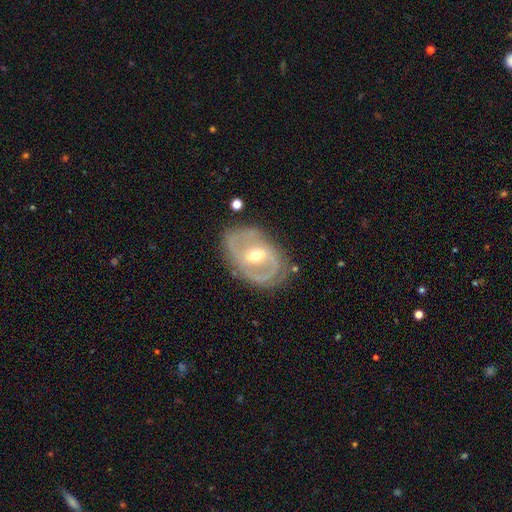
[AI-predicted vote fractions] Morphology: type=featured or disk (80%); edge-on=no (95%); bar=weak (48%); spiral arms=yes (74%); winding=medium (44%); arm count=2 (75%); bulge=moderate (64%); merging=none (75%).